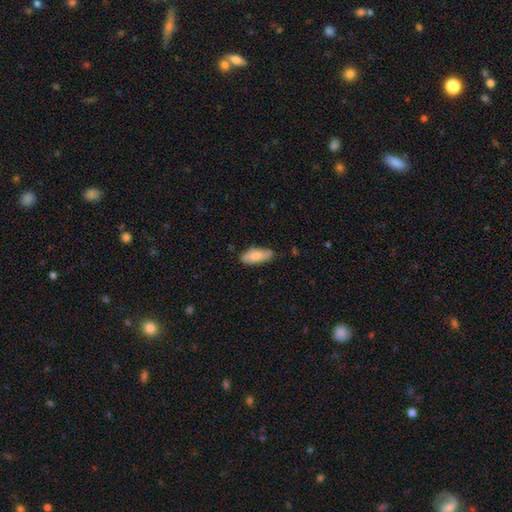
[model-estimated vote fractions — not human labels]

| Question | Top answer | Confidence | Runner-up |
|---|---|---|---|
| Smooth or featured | smooth | 80% | featured or disk (14%) |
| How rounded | in between | 76% | cigar-shaped (22%) |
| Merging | none | 72% | minor disturbance (22%) |